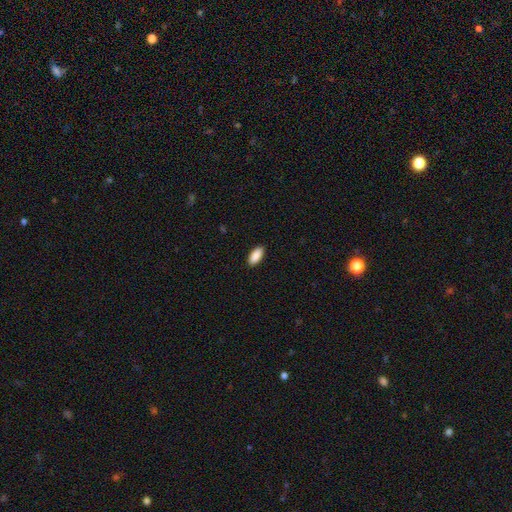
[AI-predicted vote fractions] Morphology: type=smooth (90%); roundness=in between (87%); merging=none (90%).